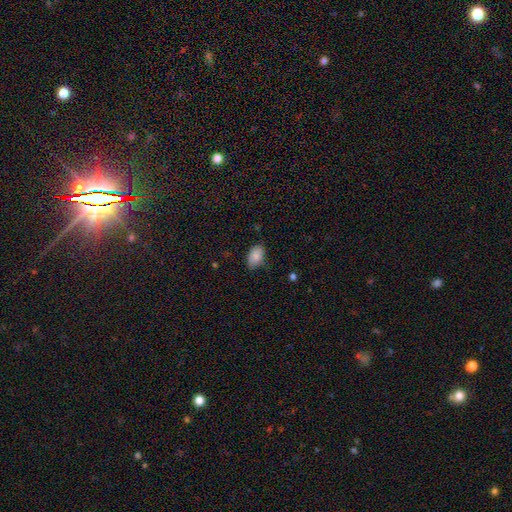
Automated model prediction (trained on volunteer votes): This appears to be a smooth galaxy with no disk features (86%) that is in between round and cigar-shaped (91%). Merging: none (76%).